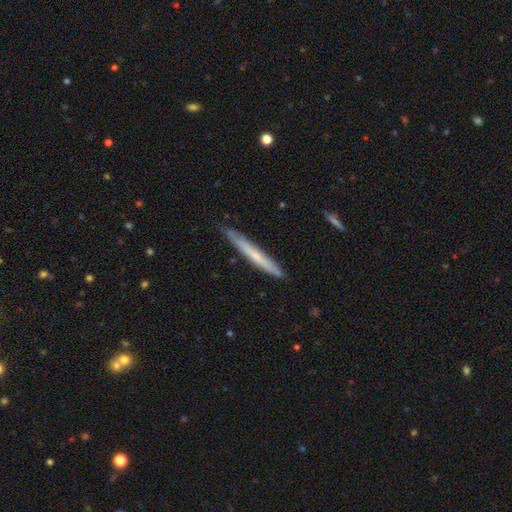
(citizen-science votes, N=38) Morphology: type=smooth (55%); roundness=cigar-shaped (95%); merging=none (92%).